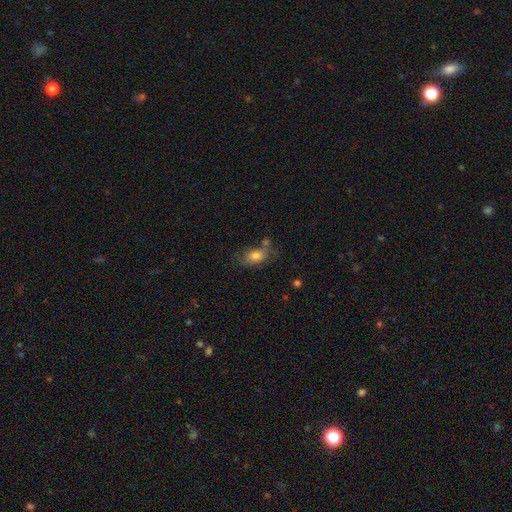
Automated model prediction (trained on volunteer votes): Overall: smooth (73%). How rounded: in between (86%). Merging: none (50%; minor disturbance 23%).